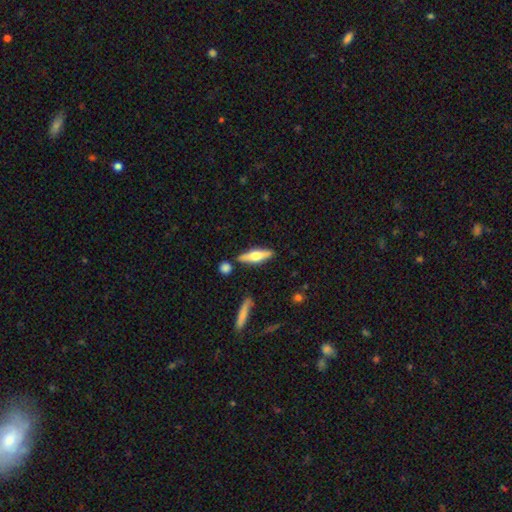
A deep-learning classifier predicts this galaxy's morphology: A featured or disk galaxy (53%) viewed edge-on (94%).

Vote fractions:
- Smooth or featured? featured or disk: 53% / smooth: 41% / star or artifact: 6%
- Edge-on disk? yes: 94% / no: 6%
- Merging? none: 83% / minor disturbance: 9% / merger: 5% / major disturbance: 2%